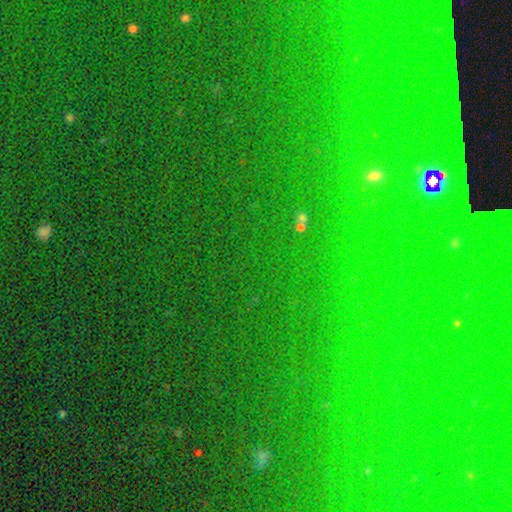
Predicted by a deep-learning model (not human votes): This is likely a star or artifact rather than a galaxy (77%).